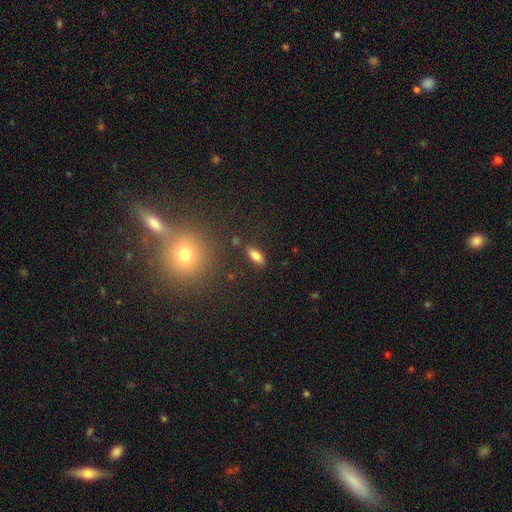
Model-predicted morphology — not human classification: Smooth or featured? Predicted: smooth (p=0.80). How rounded? Predicted: in between (p=0.80). Merging? Predicted: none (p=0.84).